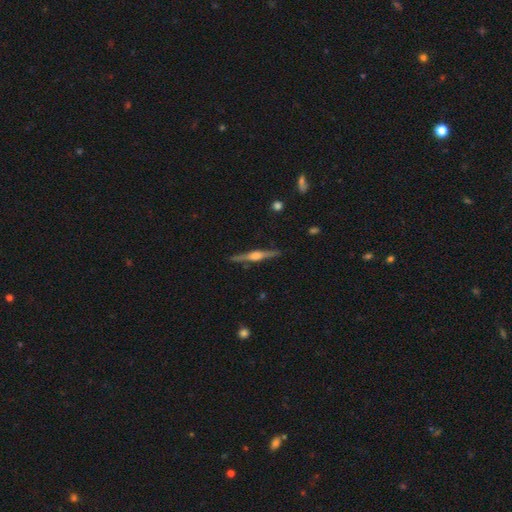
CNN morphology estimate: Smooth or featured: featured or disk — 80% (smooth — 14%)
Edge-on disk: yes — 98% (no — 2%)
Edge-on bulge: rounded — 82% (boxy — 14%)
Merging: none — 90% (minor disturbance — 7%)